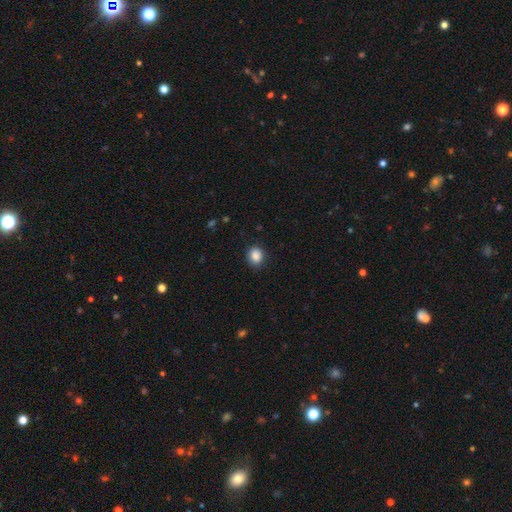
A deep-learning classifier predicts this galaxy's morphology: A smooth galaxy with no disk features (87%) that is round (59%).

Vote fractions:
- Smooth or featured? smooth: 87% / star or artifact: 9% / featured or disk: 4%
- How rounded? round: 59% / in between: 40% / cigar-shaped: 1%
- Merging? none: 84% / minor disturbance: 12% / major disturbance: 3% / merger: 1%